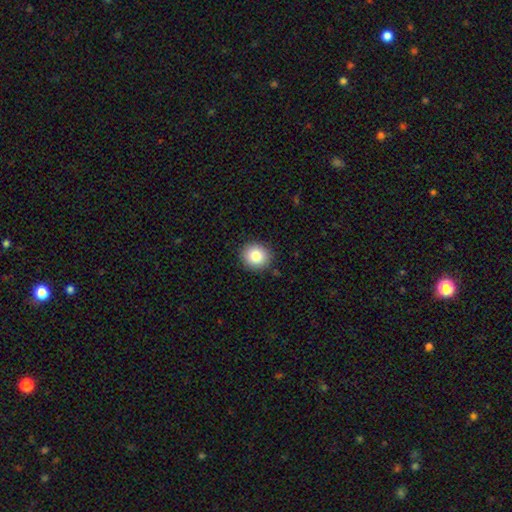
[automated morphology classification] smooth-or-featured: smooth: 83% | star or artifact: 9% | featured or disk: 8%
  how-rounded: round: 85% | in between: 14% | cigar-shaped: 1%
  merging: none: 90% | minor disturbance: 7% | major disturbance: 2% | merger: 1%